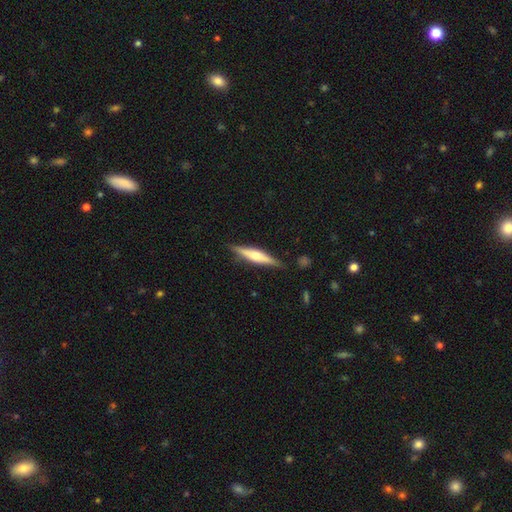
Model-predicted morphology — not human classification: type=featured or disk (62%); edge-on=yes (96%); edge-on bulge=rounded (84%); merging=none (86%).